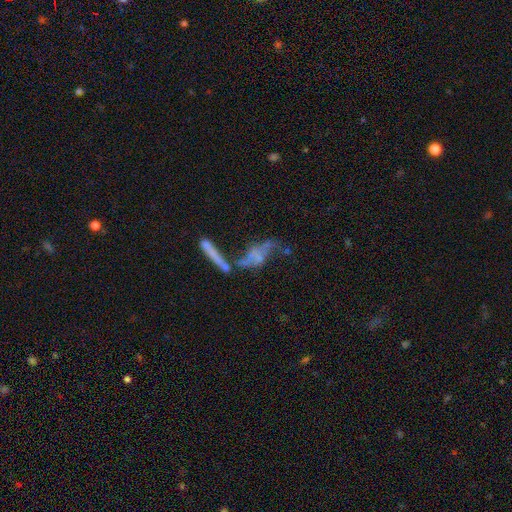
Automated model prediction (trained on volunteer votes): This is possibly a featured or disk galaxy (54%). It is likely not viewed edge-on (76%). Merging: marginally merger (43%).